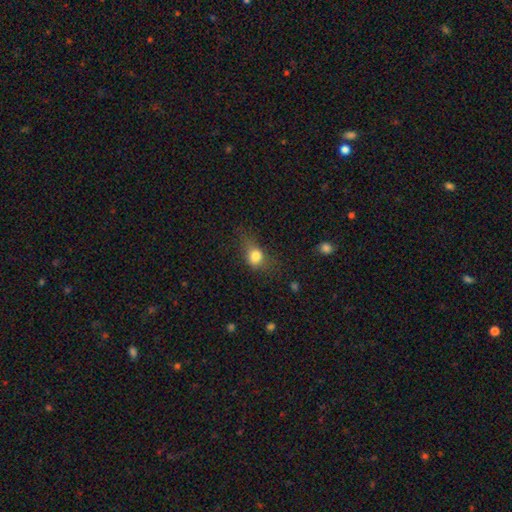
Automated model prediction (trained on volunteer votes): The model was most divided on "how rounded": in between: 54%, round: 42%, cigar-shaped: 3%. Remaining: smooth or featured — smooth (77%); merging — none (44%).